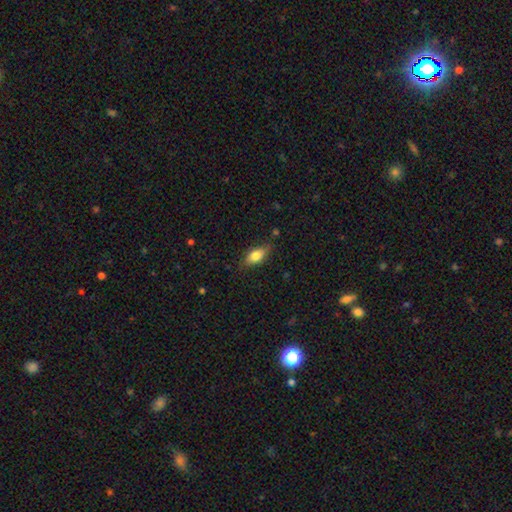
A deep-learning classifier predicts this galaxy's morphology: This appears to be a smooth galaxy with no disk features (72%) that is in between round and cigar-shaped (80%). Merging: none (76%).